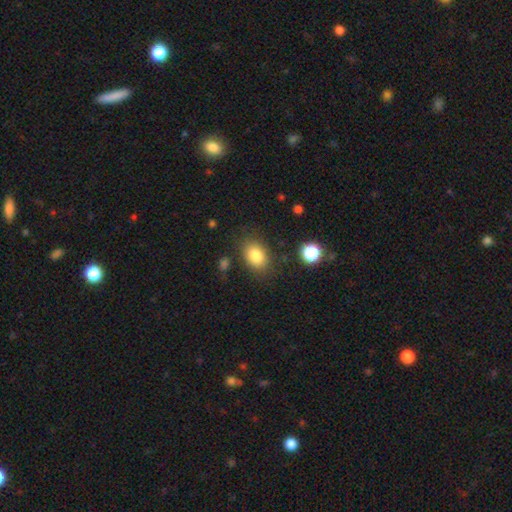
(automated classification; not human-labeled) smooth_or_featured: smooth (p=0.82) [alt: star or artifact p=0.10]
how_rounded: in between (p=0.74) [alt: round p=0.25]
merging: none (p=0.81) [alt: minor disturbance p=0.12]